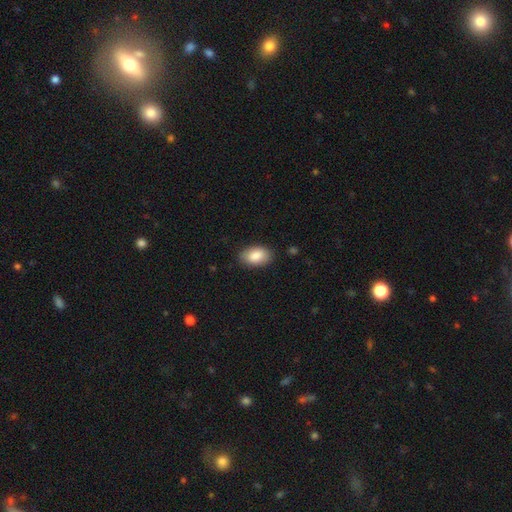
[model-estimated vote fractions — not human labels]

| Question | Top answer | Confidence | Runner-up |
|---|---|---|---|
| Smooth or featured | smooth | 86% | featured or disk (7%) |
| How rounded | in between | 92% | round (7%) |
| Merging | none | 86% | minor disturbance (11%) |